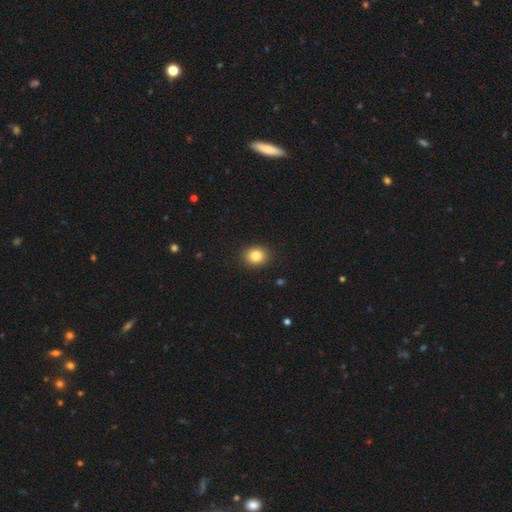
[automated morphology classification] Smooth or featured? smooth (84%)
How rounded? round (65%)
Merging? none (90%)